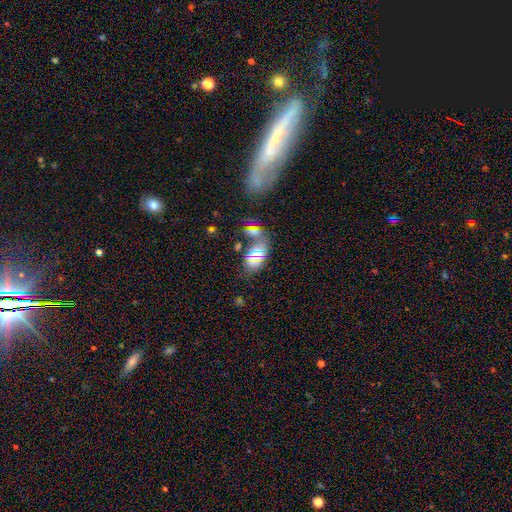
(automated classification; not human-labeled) Smooth or featured? smooth (57%)
How rounded? in between (90%)
Merging? none (65%)